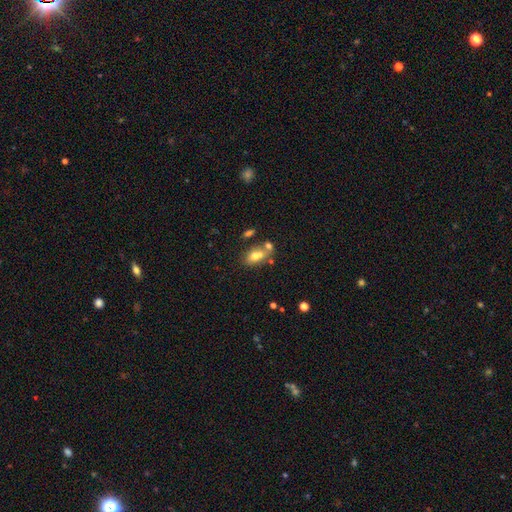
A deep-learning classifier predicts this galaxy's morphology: smooth 67%, featured or disk 21%, star or artifact 12%. Down the decision tree: how rounded — in between (80%); merging — merger (43%).